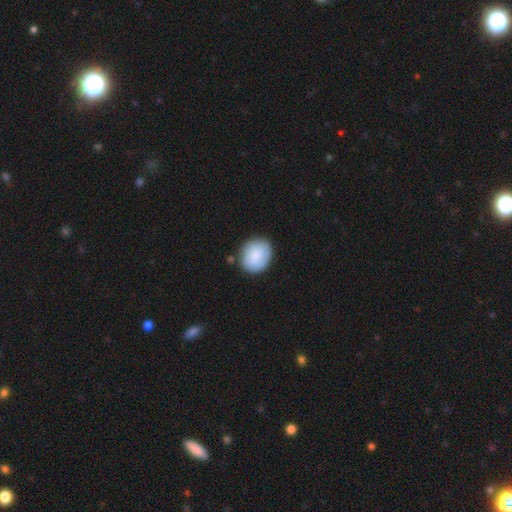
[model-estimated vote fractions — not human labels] Smooth or featured? smooth (83%)
How rounded? round (60%)
Merging? none (79%)